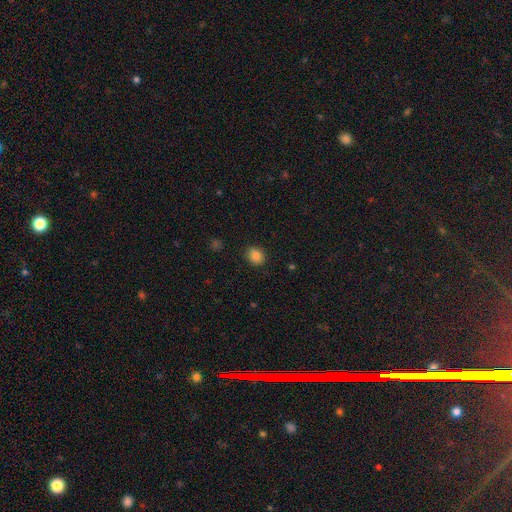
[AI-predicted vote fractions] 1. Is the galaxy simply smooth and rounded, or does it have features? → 84% smooth, 11% star or artifact, 5% featured or disk.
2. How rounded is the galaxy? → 66% round, 33% in between, 1% cigar-shaped.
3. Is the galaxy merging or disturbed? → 87% none, 9% minor disturbance, 2% major disturbance, 1% merger.